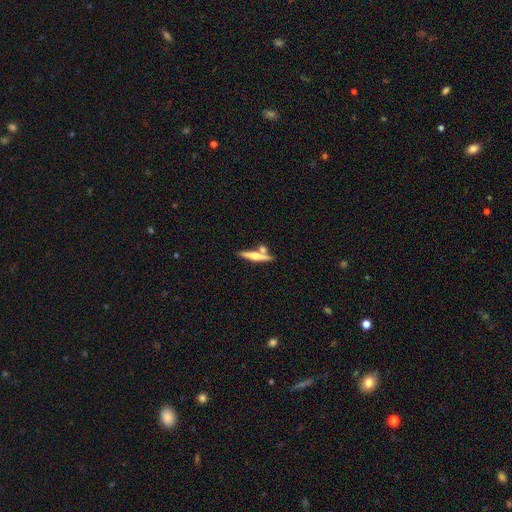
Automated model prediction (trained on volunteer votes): This is possibly a featured or disk galaxy (51%). It is clearly viewed edge-on (95%). Merging: likely none (65%).